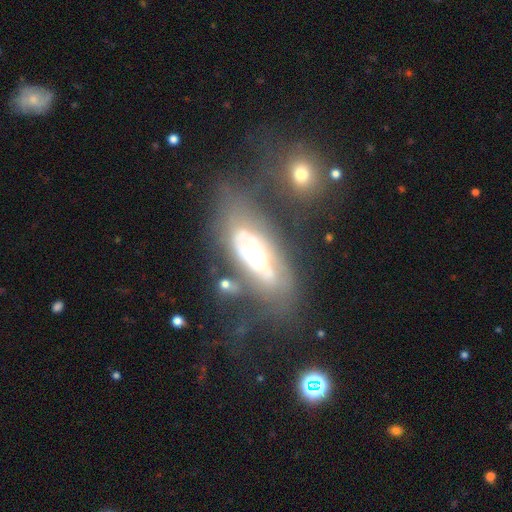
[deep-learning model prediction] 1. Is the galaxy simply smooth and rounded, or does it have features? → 77% featured or disk, 16% smooth, 7% star or artifact.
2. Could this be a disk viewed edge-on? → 88% no, 12% yes.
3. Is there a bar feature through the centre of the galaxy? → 67% no, 22% weak, 11% strong.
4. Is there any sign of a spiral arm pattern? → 66% yes, 34% no.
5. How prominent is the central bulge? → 64% moderate, 23% small, 11% large, 2% dominant, 2% none.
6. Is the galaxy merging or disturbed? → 37% none, 28% major disturbance, 22% minor disturbance, 12% merger.